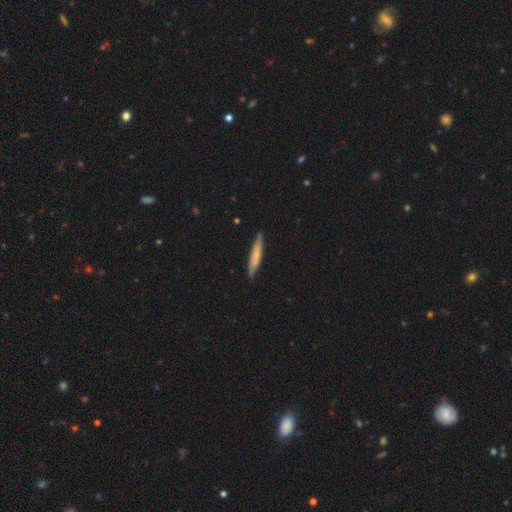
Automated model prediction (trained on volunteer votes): smooth_or_featured: smooth (p=0.63) [alt: featured or disk p=0.32]
how_rounded: cigar-shaped (p=0.93) [alt: in between p=0.06]
merging: none (p=0.87) [alt: minor disturbance p=0.10]